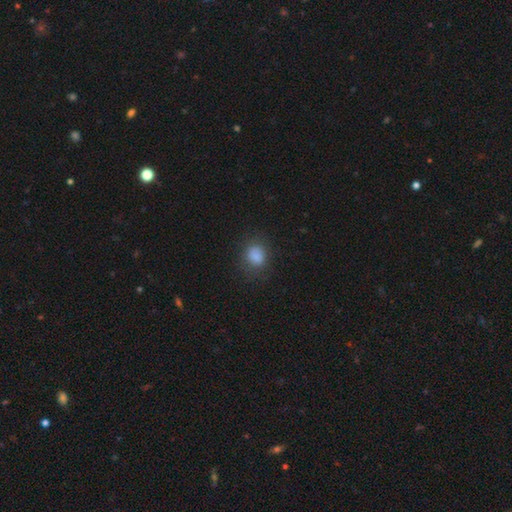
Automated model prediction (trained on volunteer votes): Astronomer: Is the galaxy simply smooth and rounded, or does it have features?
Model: smooth — 85%.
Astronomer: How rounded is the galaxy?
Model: round — 58% (runner-up: in between, 41%).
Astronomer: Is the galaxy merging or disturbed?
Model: none — 78%.